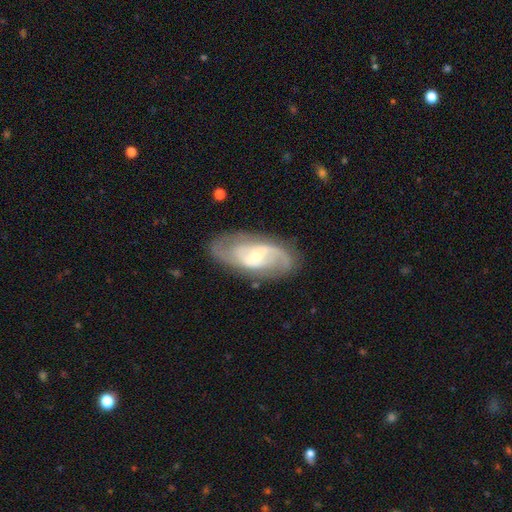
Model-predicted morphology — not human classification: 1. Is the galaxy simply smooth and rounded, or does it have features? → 83% featured or disk, 11% smooth, 5% star or artifact.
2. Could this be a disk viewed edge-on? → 94% no, 6% yes.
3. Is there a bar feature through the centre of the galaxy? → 45% weak, 38% no, 16% strong.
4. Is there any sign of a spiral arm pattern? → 93% yes, 7% no.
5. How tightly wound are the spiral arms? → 47% medium, 32% tight, 21% loose.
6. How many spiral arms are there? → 68% 2, 16% can't tell, 8% 3, 4% 1, 2% 4, 2% more than 4.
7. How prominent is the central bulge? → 58% small, 37% moderate, 2% large, 1% none, 1% dominant.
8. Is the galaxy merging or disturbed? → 76% none, 16% minor disturbance, 7% major disturbance, 2% merger.